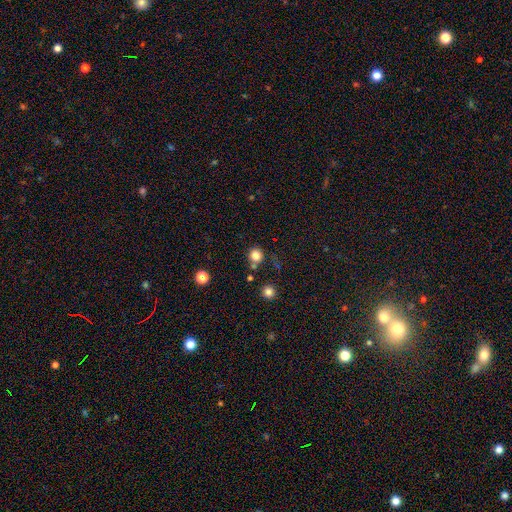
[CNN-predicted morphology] smooth 81%, star or artifact 14%, featured or disk 6%. Down the decision tree: how rounded — round (90%); merging — none (74%).